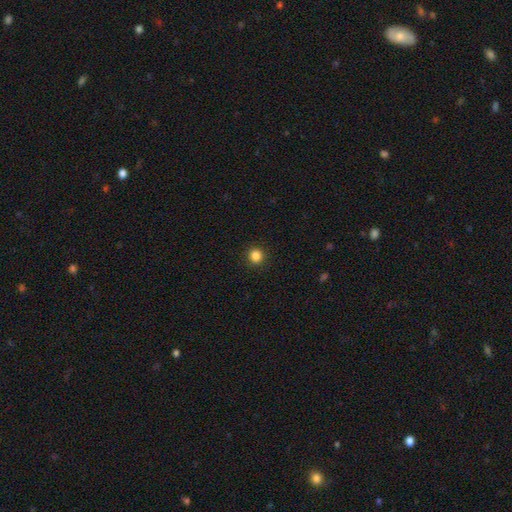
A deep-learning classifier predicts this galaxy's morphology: Overall: smooth (85%). How rounded: round (91%). Merging: none (92%).